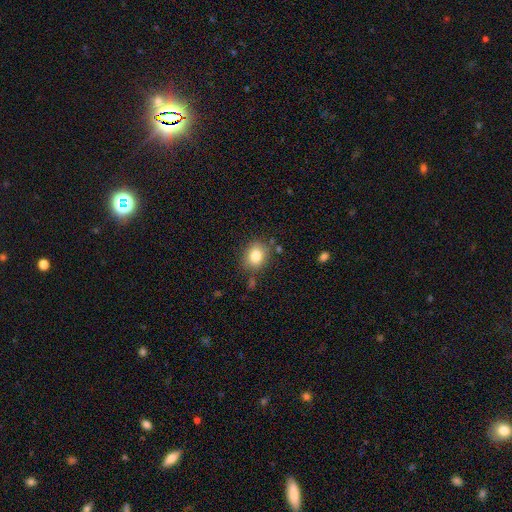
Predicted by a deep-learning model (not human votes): Q: Smooth or featured?
A: smooth (82%); runner-up: star or artifact (10%)
Q: How rounded?
A: round (54%); runner-up: in between (45%)
Q: Merging?
A: none (79%); runner-up: minor disturbance (14%)